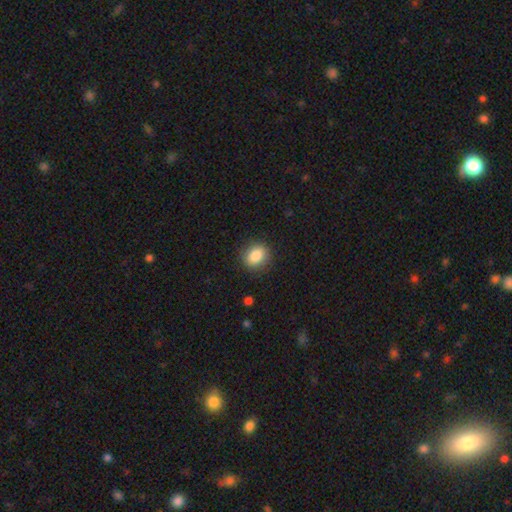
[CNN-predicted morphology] smooth 85%, star or artifact 9%, featured or disk 6%. Down the decision tree: how rounded — round (61%); merging — none (87%).